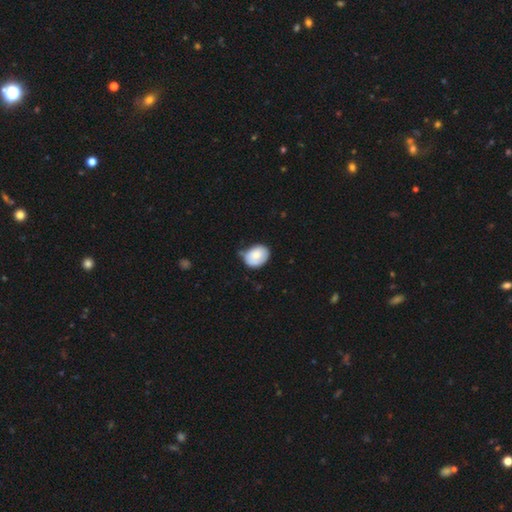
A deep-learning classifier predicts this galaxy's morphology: The model was most divided on "merging": none: 47%, minor disturbance: 40%, major disturbance: 9%, merger: 5%. More confident: smooth or featured — smooth (78%); how rounded — in between (60%).